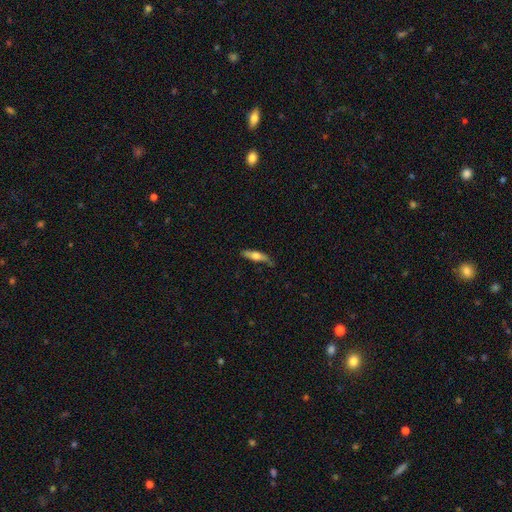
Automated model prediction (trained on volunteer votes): Smooth or featured?
  - smooth: 54% *
  - featured or disk: 40%
  - star or artifact: 6%
How rounded?
  - cigar-shaped: 70% *
  - in between: 28%
  - round: 2%
Merging?
  - none: 65% *
  - minor disturbance: 26%
  - major disturbance: 7%
  - merger: 2%